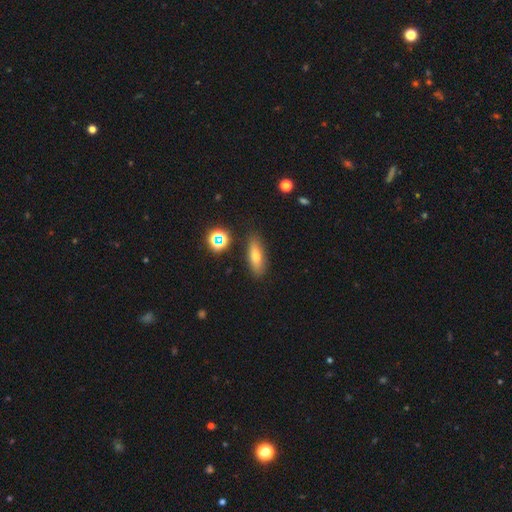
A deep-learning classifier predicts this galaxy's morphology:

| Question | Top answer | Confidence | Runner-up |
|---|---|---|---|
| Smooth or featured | smooth | 64% | featured or disk (24%) |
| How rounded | in between | 53% | cigar-shaped (42%) |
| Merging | none | 84% | minor disturbance (10%) |